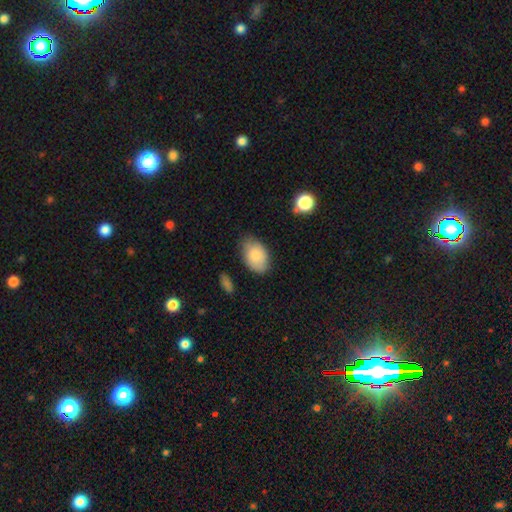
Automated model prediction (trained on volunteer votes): A smooth galaxy with no disk features (82%) that is in between round and cigar-shaped (88%).

Vote fractions:
- Smooth or featured? smooth: 82% / featured or disk: 11% / star or artifact: 7%
- How rounded? in between: 88% / round: 11% / cigar-shaped: 1%
- Merging? none: 69% / minor disturbance: 24% / major disturbance: 5% / merger: 2%